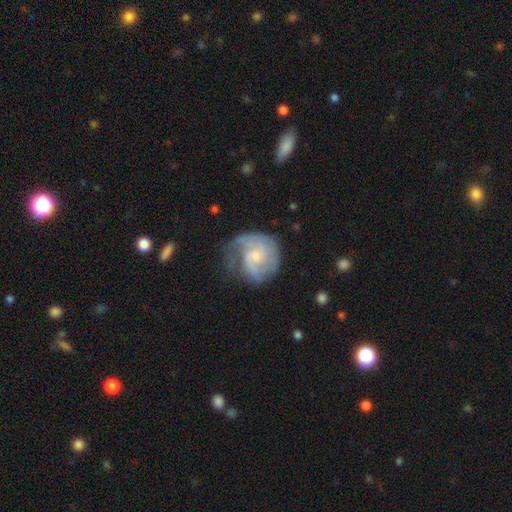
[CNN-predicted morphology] The model was most divided on "spiral winding" (2-way tie): tight: 41%, medium: 41%, loose: 18%. Remaining: edge-on disk — no (98%); spiral arms — yes (92%); smooth or featured — featured or disk (76%); bar — no (66%); bulge size — small (65%); merging — none (50%); spiral arm count — 2 (41%).